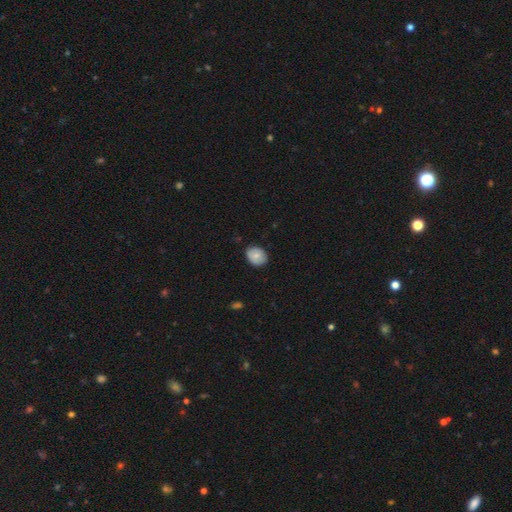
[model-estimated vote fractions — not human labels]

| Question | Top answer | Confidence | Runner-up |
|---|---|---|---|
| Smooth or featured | smooth | 76% | featured or disk (17%) |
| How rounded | in between | 56% | round (43%) |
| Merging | none | 81% | minor disturbance (16%) |